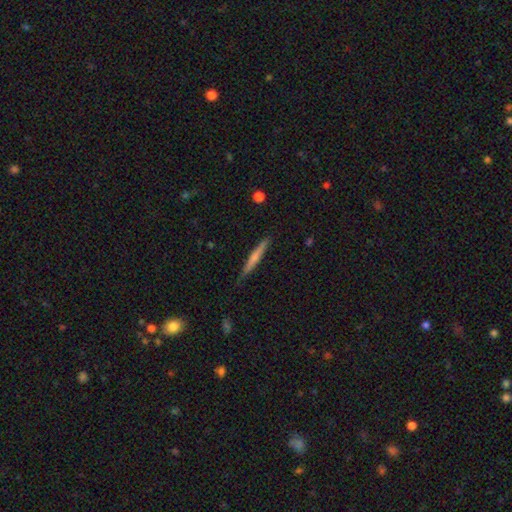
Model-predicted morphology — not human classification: This is possibly a featured or disk galaxy (55%). It is clearly viewed edge-on (97%). Edge-on bulge: possibly rounded (51%). Merging: clearly none (89%).